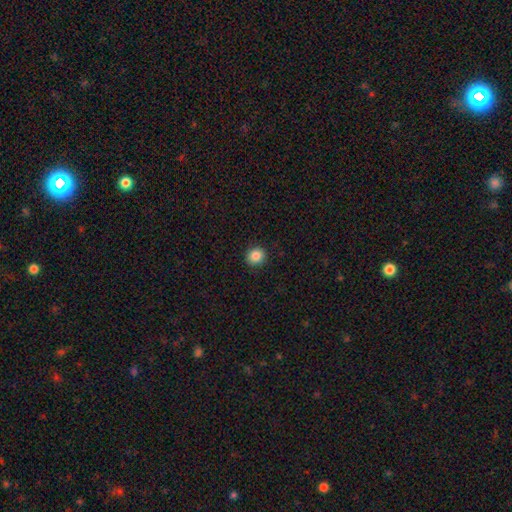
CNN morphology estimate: This appears to be a smooth galaxy with no disk features (86%) that is round (87%). Merging: none (92%).